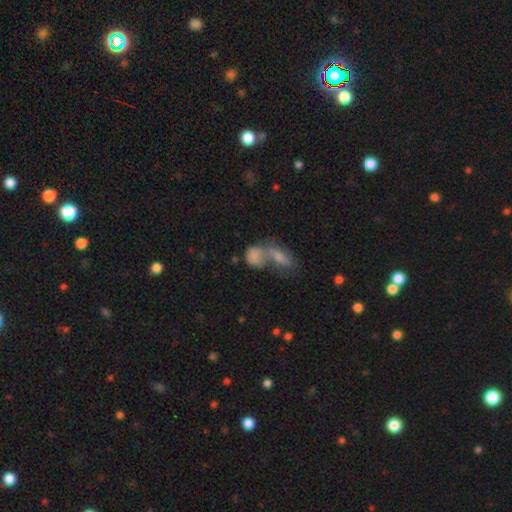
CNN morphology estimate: smooth_or_featured: smooth (p=0.71) [alt: featured or disk p=0.18]
how_rounded: in between (p=0.60) [alt: round p=0.35]
merging: merger (p=0.69) [alt: none p=0.17]